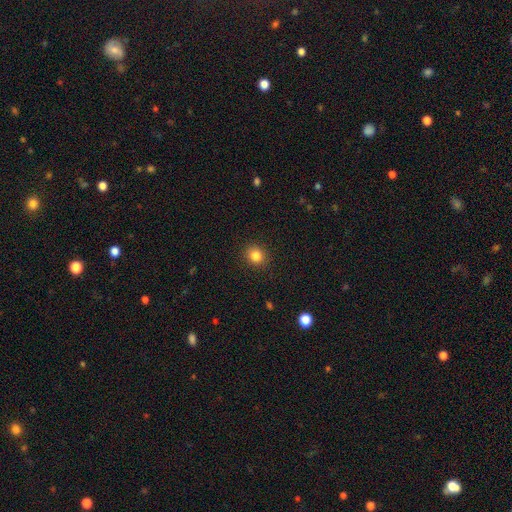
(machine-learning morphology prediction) smooth 84%, star or artifact 11%, featured or disk 5%. Down the decision tree: how rounded — round (80%); merging — none (91%).